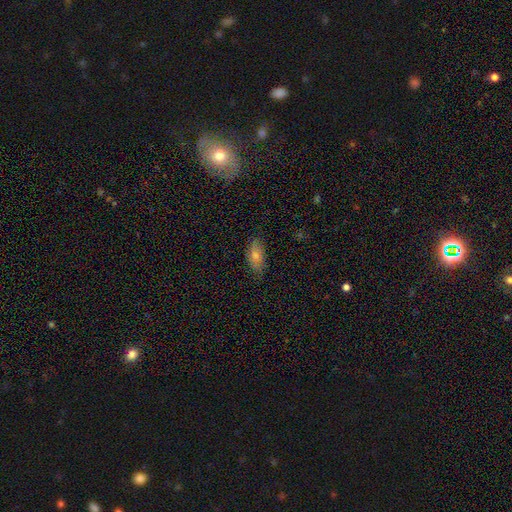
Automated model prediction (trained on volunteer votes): Smooth or featured? smooth (79%)
How rounded? in between (88%)
Merging? none (78%)